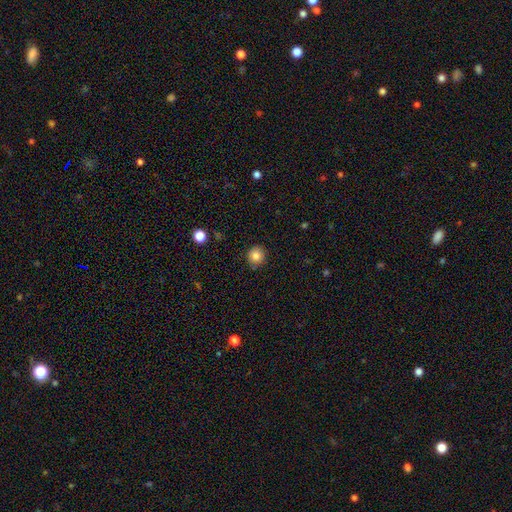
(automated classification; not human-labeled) Q: Smooth or featured?
A: smooth (83%); runner-up: star or artifact (10%)
Q: How rounded?
A: round (92%); runner-up: in between (7%)
Q: Merging?
A: none (89%); runner-up: minor disturbance (7%)